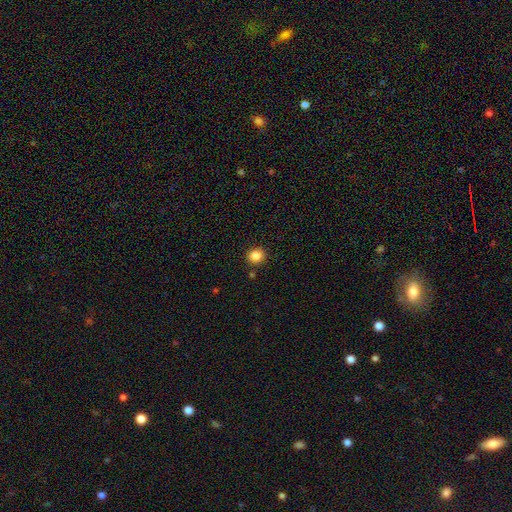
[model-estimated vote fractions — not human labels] Overall: smooth (85%). How rounded: round (85%). Merging: none (89%).